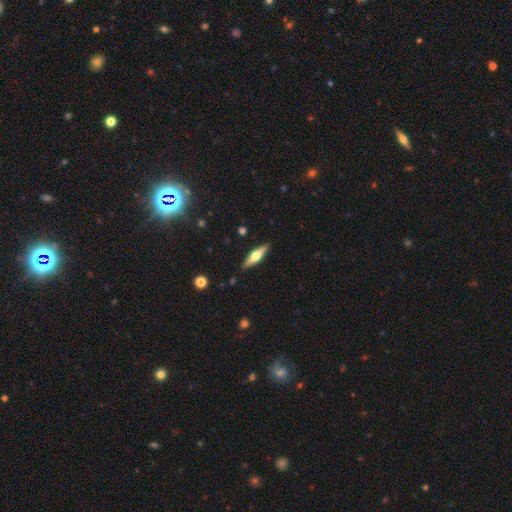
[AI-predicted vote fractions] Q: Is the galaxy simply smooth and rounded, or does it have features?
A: featured or disk — 53%.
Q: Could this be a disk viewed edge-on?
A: yes — 94%.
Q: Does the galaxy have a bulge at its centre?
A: rounded — 91%.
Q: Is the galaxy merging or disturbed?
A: none — 89%.